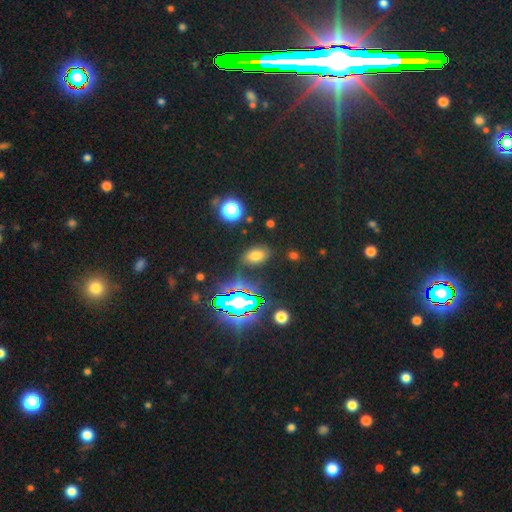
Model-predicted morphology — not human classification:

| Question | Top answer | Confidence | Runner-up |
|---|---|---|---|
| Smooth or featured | smooth | 65% | star or artifact (27%) |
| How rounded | in between | 85% | round (13%) |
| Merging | none | 83% | minor disturbance (11%) |